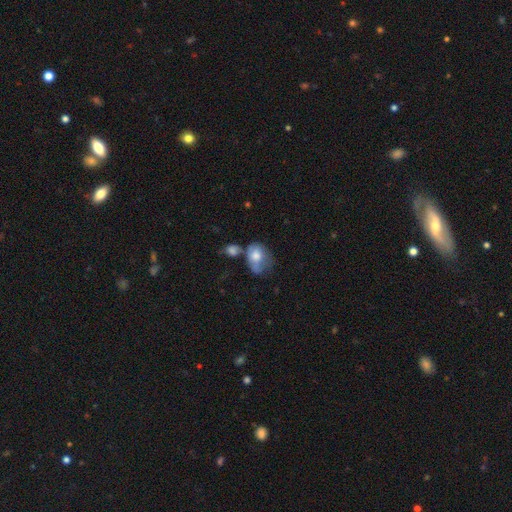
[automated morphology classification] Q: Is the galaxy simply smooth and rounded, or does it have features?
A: smooth — 66%.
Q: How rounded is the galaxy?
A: in between — 69%.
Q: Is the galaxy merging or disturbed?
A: merger — 28%.